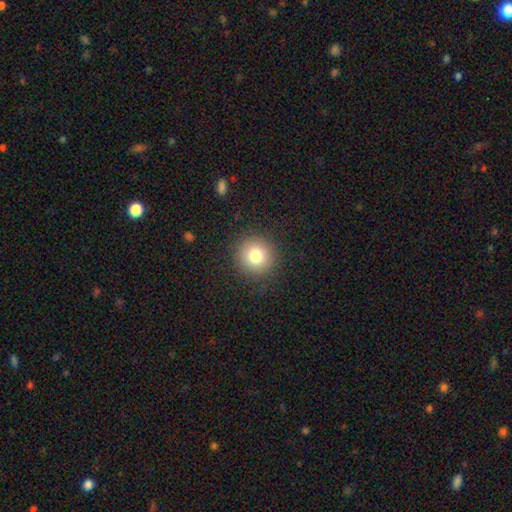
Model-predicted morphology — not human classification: This appears to be a smooth galaxy with no disk features (78%) that is round (94%). Merging: none (91%).